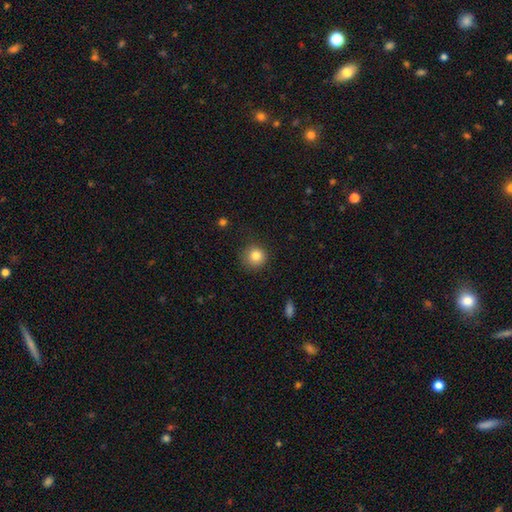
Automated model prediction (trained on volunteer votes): A smooth galaxy with no disk features (83%) that is round (92%).

Vote fractions:
- Smooth or featured? smooth: 83% / star or artifact: 11% / featured or disk: 6%
- How rounded? round: 92% / in between: 7% / cigar-shaped: 1%
- Merging? none: 84% / minor disturbance: 12% / major disturbance: 3% / merger: 1%